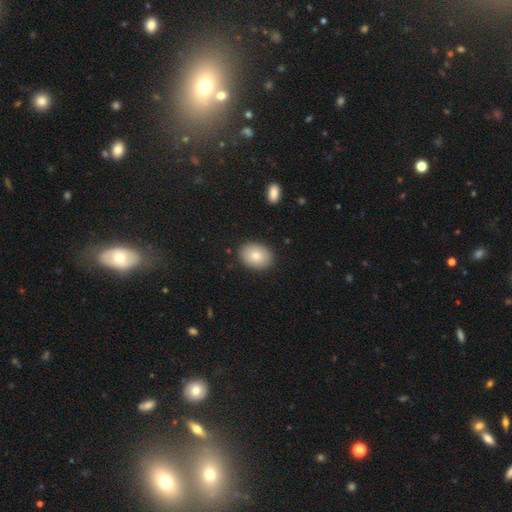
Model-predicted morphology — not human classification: Smooth or featured? smooth (80%)
How rounded? in between (67%)
Merging? none (88%)